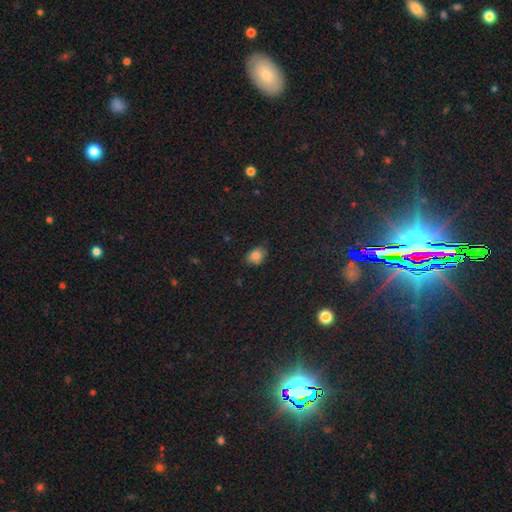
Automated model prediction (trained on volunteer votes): Smooth or featured?
  - smooth: 82% *
  - star or artifact: 11%
  - featured or disk: 7%
How rounded?
  - in between: 71% *
  - round: 28%
  - cigar-shaped: 1%
Merging?
  - none: 76% *
  - minor disturbance: 19%
  - major disturbance: 3%
  - merger: 1%